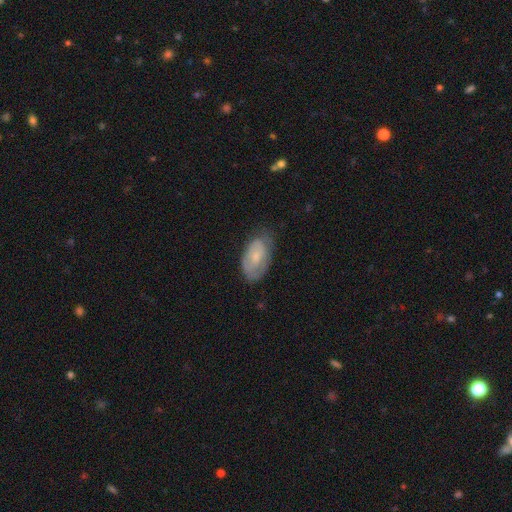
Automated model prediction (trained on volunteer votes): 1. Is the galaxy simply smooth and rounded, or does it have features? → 54% smooth, 39% featured or disk, 7% star or artifact.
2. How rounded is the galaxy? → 93% in between, 5% round, 2% cigar-shaped.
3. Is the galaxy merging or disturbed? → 62% none, 28% minor disturbance, 9% major disturbance, 1% merger.